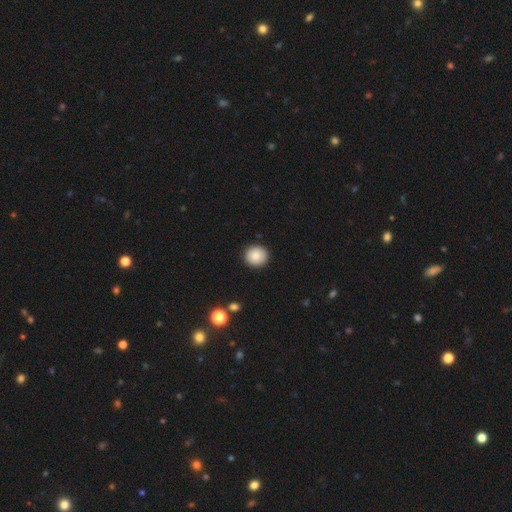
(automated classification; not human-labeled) Morphology: type=smooth (84%); roundness=round (88%); merging=none (91%).